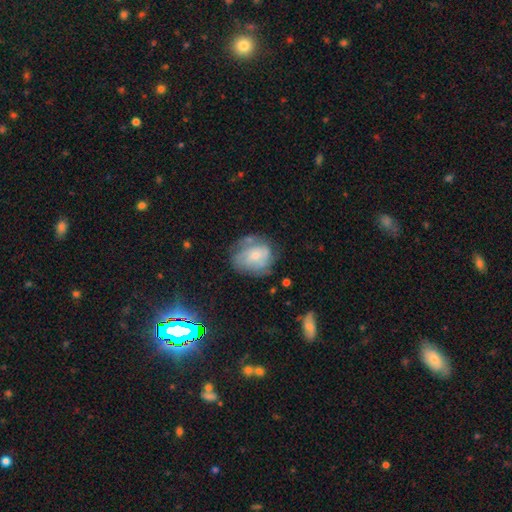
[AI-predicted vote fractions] A featured or disk galaxy (47%). Merging: none (51%).